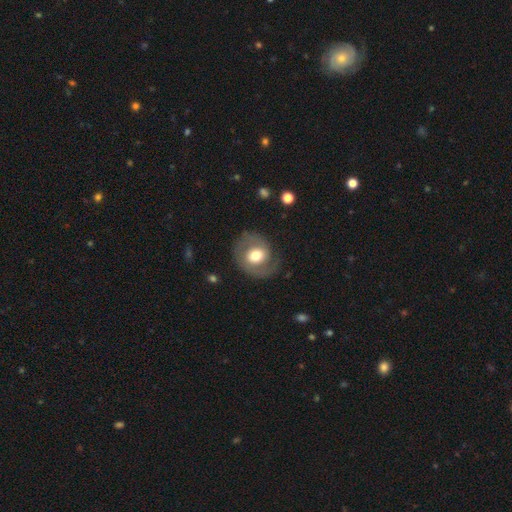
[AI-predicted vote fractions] smooth-or-featured: featured or disk: 56% | smooth: 37% | star or artifact: 7%
  disk-edge-on: no: 97% | yes: 3%
    bar: no: 58% | weak: 33% | strong: 9%
    has-spiral-arms: yes: 71% | no: 29%
    bulge-size: moderate: 60% | large: 31% | small: 5% | dominant: 3% | none: 1%
  merging: none: 71% | minor disturbance: 17% | major disturbance: 11% | merger: 1%